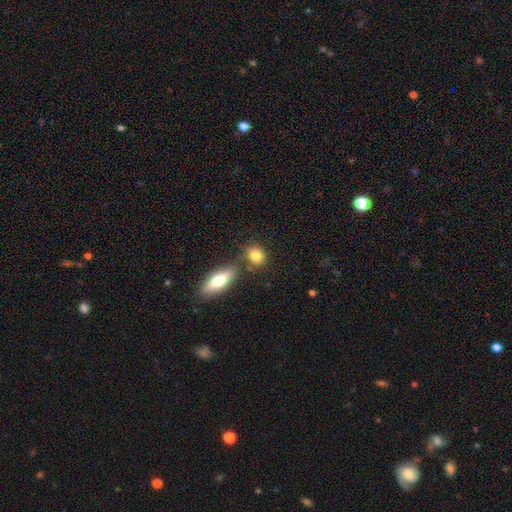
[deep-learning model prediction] smooth-or-featured: smooth: 82% | featured or disk: 9% | star or artifact: 9%
  how-rounded: round: 54% | in between: 42% | cigar-shaped: 5%
  merging: none: 68% | merger: 17% | minor disturbance: 11% | major disturbance: 3%